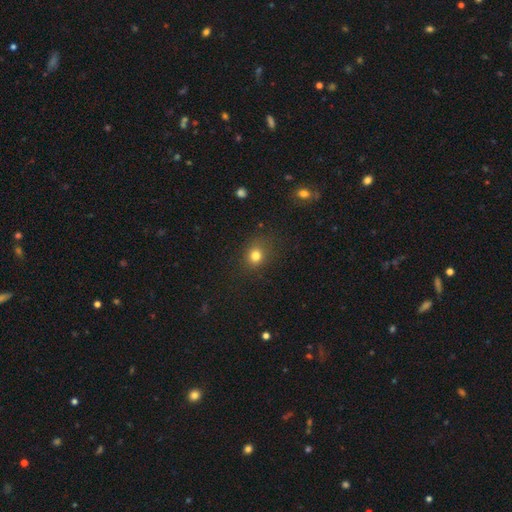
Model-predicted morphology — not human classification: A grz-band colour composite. It shows a smooth galaxy with no disk features (79%) that is round (72%). Merging: none (82%).